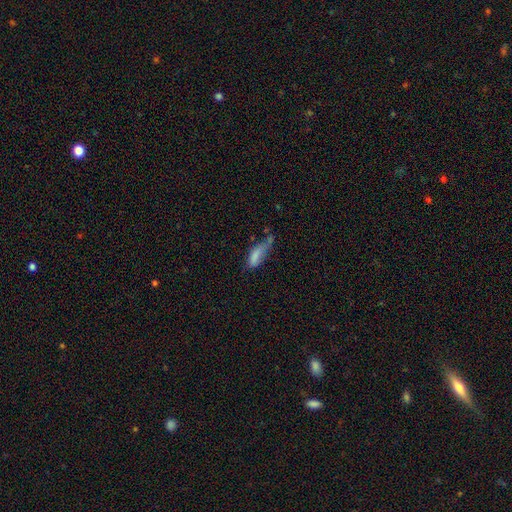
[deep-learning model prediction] Smooth or featured? smooth (74%)
How rounded? in between (65%)
Merging? minor disturbance (34%)